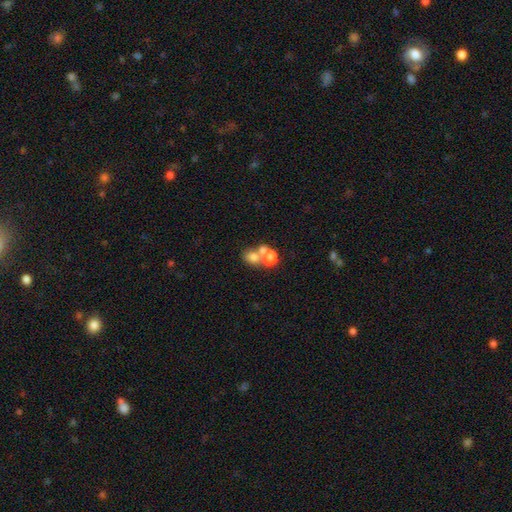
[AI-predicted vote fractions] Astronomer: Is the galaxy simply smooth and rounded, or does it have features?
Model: smooth — 66%.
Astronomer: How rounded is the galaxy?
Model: round — 66%.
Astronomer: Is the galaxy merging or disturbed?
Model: merger — 56% (runner-up: none, 33%).